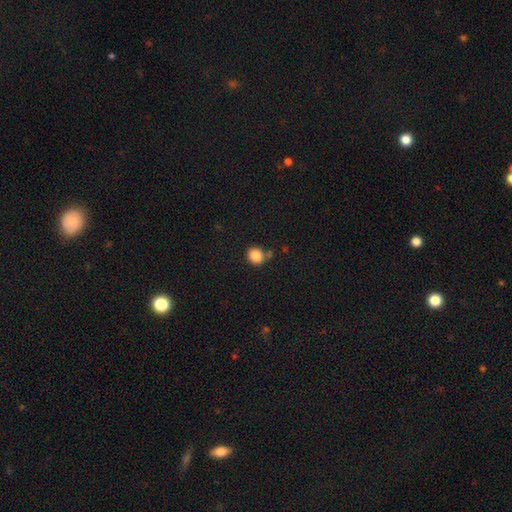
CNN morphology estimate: A smooth galaxy with no disk features (87%) that is round (81%). Merging: none (74%).